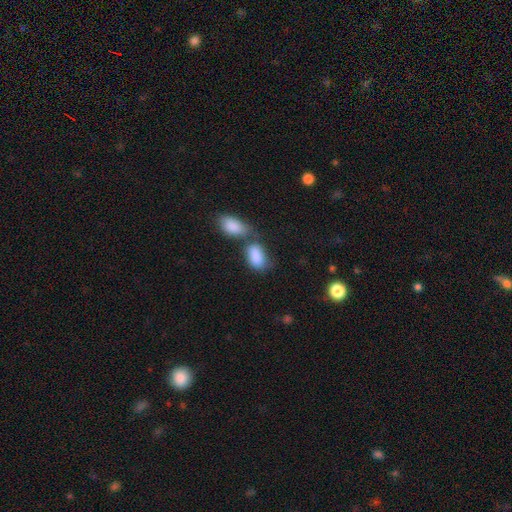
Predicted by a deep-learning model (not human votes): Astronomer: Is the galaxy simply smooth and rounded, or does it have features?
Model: smooth — 87%.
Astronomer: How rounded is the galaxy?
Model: in between — 93%.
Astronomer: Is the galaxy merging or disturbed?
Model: merger — 45% (runner-up: none, 34%).